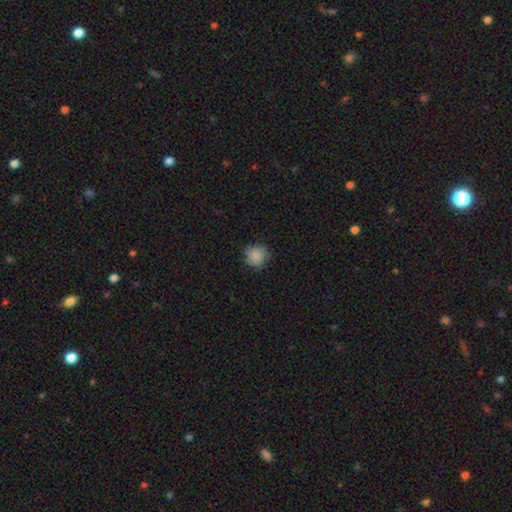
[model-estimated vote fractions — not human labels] This is clearly a smooth galaxy (85%). How rounded: clearly round (88%). Merging: likely none (78%).